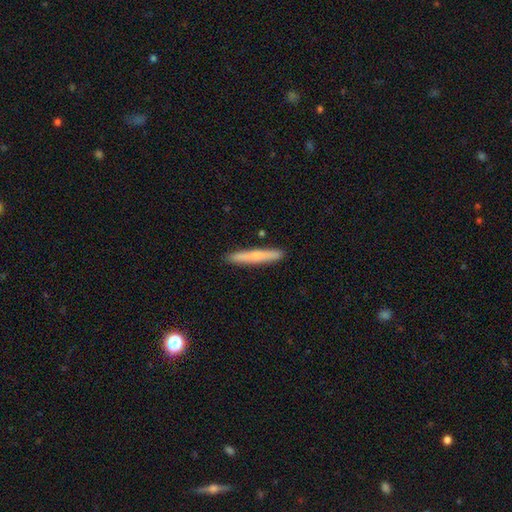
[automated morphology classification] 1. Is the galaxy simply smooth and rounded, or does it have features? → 65% smooth, 29% featured or disk, 6% star or artifact.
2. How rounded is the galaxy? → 95% cigar-shaped, 3% in between, 1% round.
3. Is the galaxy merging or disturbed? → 90% none, 7% minor disturbance, 1% merger, 1% major disturbance.